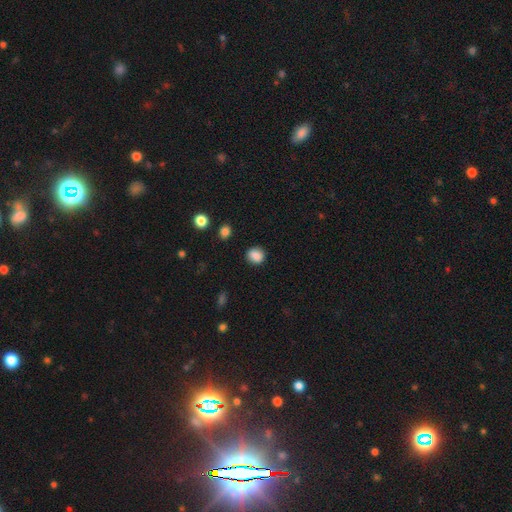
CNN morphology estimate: A smooth galaxy with no disk features (87%) that is round (73%).

Vote fractions:
- Smooth or featured? smooth: 87% / star or artifact: 9% / featured or disk: 4%
- How rounded? round: 73% / in between: 26% / cigar-shaped: 1%
- Merging? none: 84% / minor disturbance: 11% / major disturbance: 3% / merger: 2%